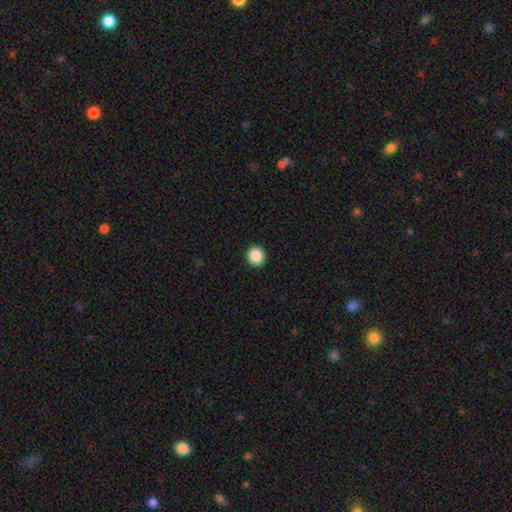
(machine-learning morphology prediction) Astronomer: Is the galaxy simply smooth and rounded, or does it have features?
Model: smooth — 88%.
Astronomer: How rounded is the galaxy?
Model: round — 94%.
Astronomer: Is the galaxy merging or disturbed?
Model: none — 93%.